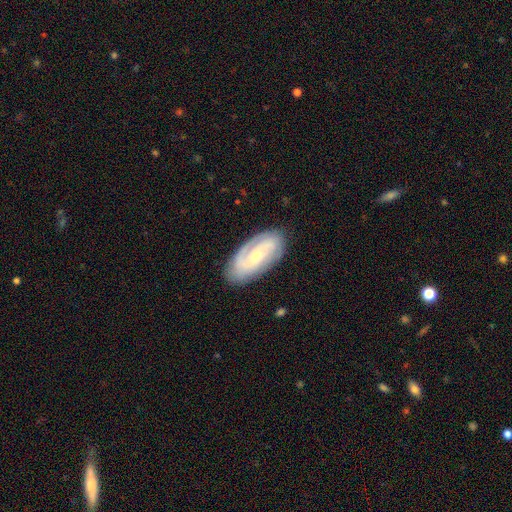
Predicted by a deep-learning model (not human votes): Smooth or featured? Predicted: featured or disk (p=0.77). Edge-on disk? Predicted: no (p=0.94). Bar? Predicted: no (p=0.45). Spiral arms? Predicted: yes (p=0.94). Spiral winding? Predicted: tight (p=0.42). Spiral arm count? Predicted: 2 (p=0.70). Bulge size? Predicted: small (p=0.61). Merging? Predicted: none (p=0.83).